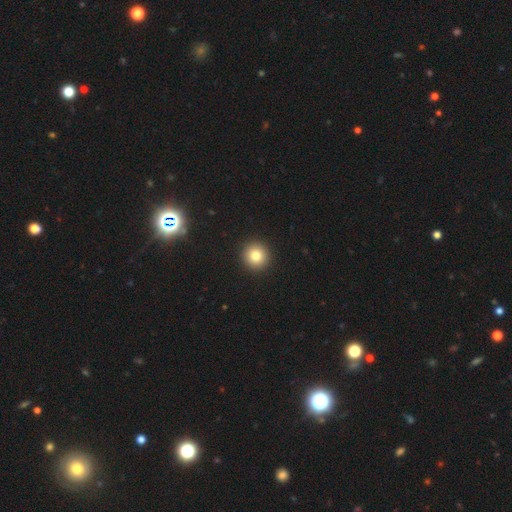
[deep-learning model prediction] Smooth or featured: smooth — 82% (star or artifact — 11%)
How rounded: round — 95% (in between — 4%)
Merging: none — 93% (minor disturbance — 4%)